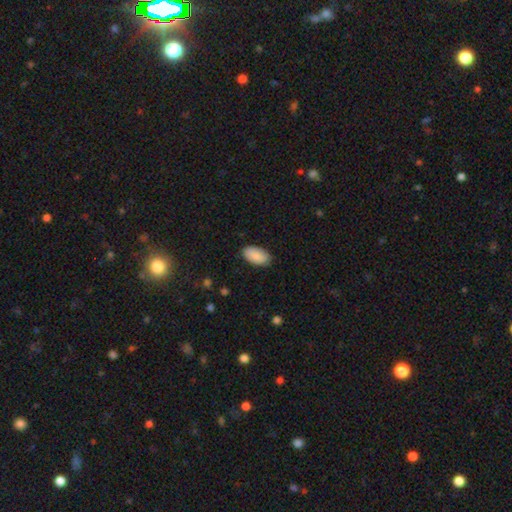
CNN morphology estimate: smooth-or-featured: smooth: 89% | star or artifact: 6% | featured or disk: 5%
  how-rounded: in between: 95% | round: 3% | cigar-shaped: 2%
  merging: none: 86% | minor disturbance: 11% | major disturbance: 2% | merger: 1%